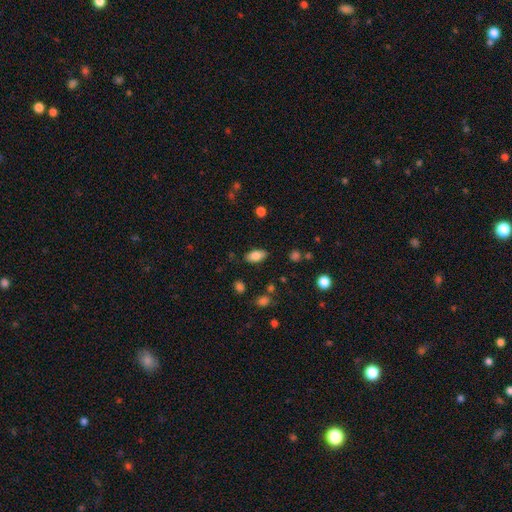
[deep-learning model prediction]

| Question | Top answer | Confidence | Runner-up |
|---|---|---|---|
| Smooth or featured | smooth | 80% | featured or disk (12%) |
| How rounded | in between | 91% | cigar-shaped (4%) |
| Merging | none | 83% | minor disturbance (12%) |